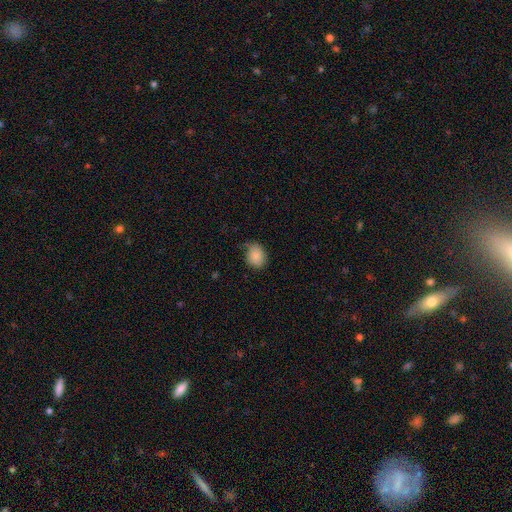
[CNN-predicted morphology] Overall: smooth (86%). How rounded: round (52%; in between 47%). Merging: none (61%; minor disturbance 30%).